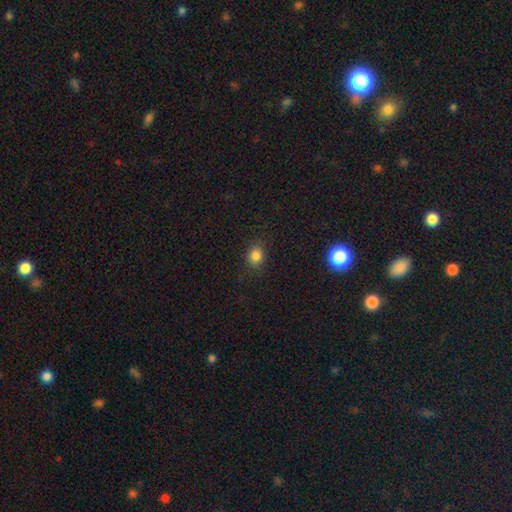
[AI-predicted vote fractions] Overall: smooth (82%). How rounded: round (69%; in between 30%). Merging: none (85%).